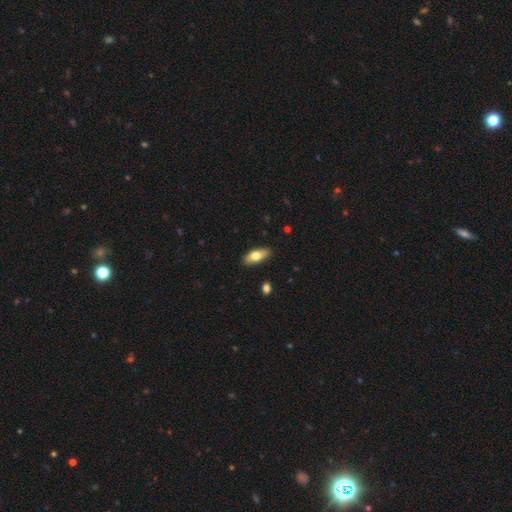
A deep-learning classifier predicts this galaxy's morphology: This is likely a smooth galaxy (70%). How rounded: likely in between (80%). Merging: clearly none (88%).